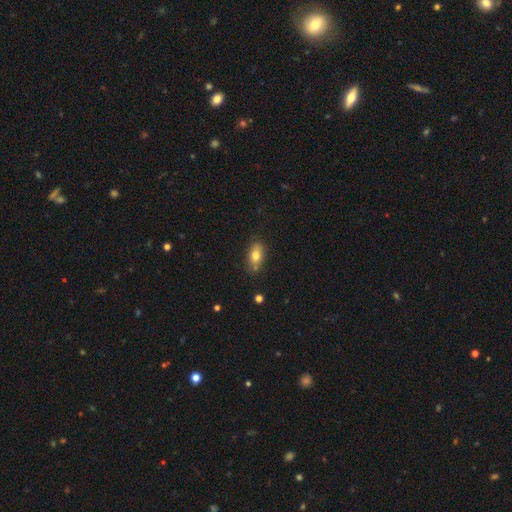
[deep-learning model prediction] Morphology: type=smooth (76%); roundness=in between (84%); merging=none (74%).